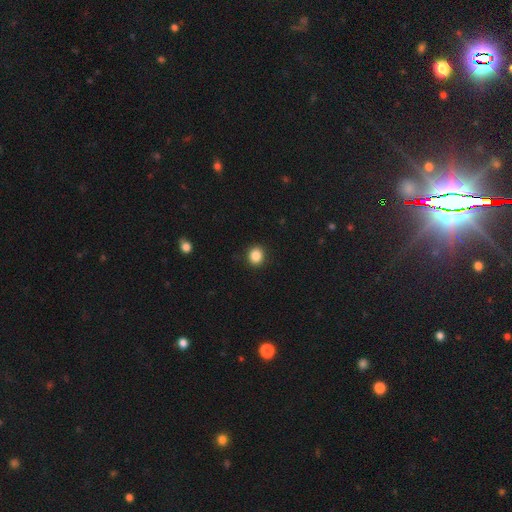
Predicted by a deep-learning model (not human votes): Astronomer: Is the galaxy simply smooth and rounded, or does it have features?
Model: smooth — 86%.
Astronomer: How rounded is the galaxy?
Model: round — 81%.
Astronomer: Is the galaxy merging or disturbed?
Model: none — 91%.